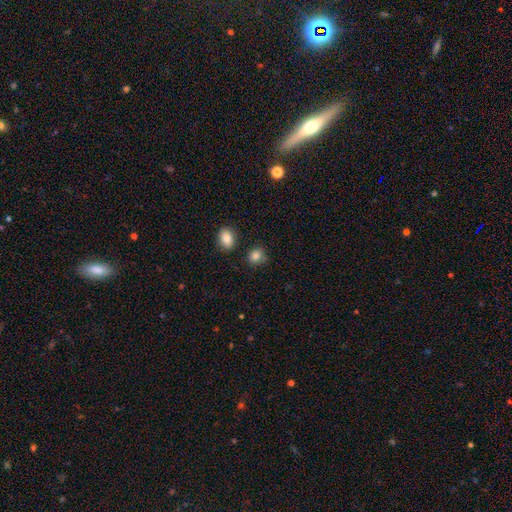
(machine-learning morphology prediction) A smooth galaxy with no disk features (85%) that is round (74%). Merging: none (78%).